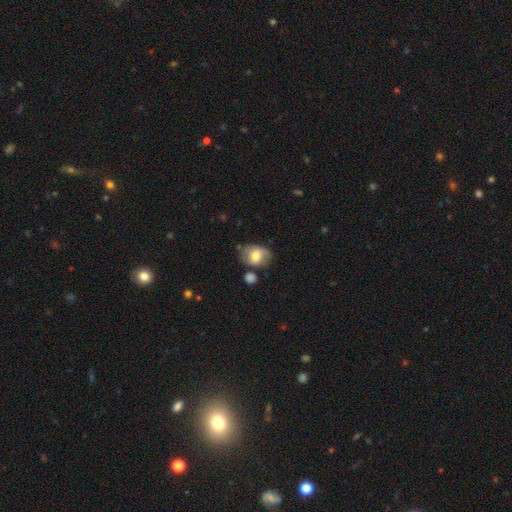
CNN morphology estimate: Overall: smooth (63%; featured or disk 29%). How rounded: in between (66%; round 33%). Merging: none (59%; minor disturbance 24%).